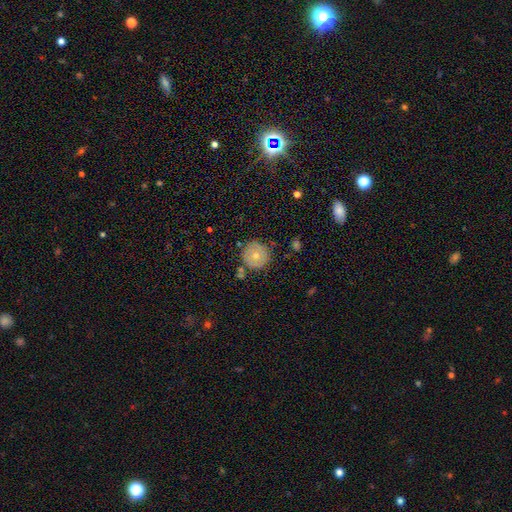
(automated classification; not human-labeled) smooth_or_featured: smooth (p=0.64) [alt: featured or disk p=0.28]
how_rounded: round (p=0.94) [alt: in between p=0.05]
merging: none (p=0.79) [alt: minor disturbance p=0.13]